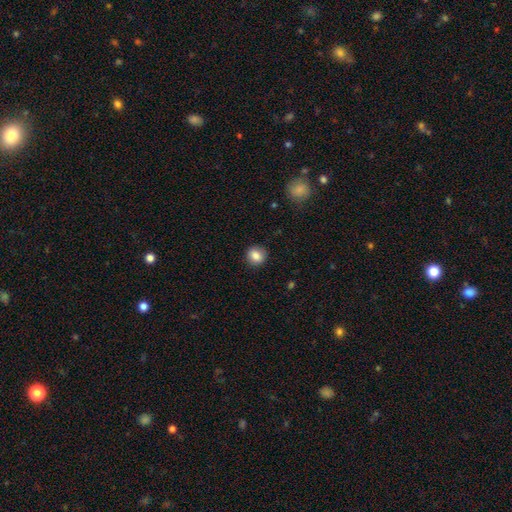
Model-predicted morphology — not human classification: Smooth or featured: smooth — 85% (star or artifact — 9%)
How rounded: round — 82% (in between — 17%)
Merging: none — 89% (minor disturbance — 7%)